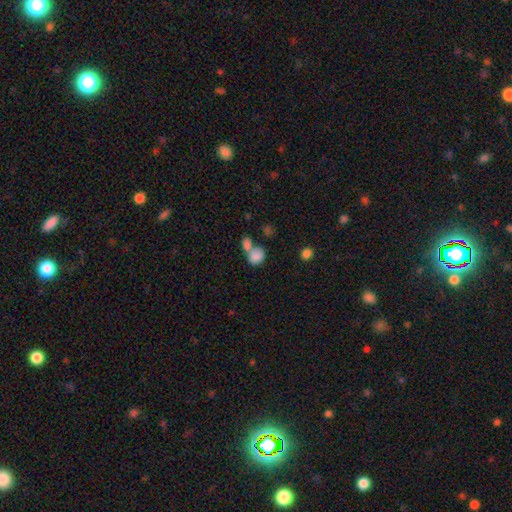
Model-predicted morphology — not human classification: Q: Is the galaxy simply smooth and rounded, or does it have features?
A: smooth — 83%.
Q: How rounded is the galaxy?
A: round — 52%.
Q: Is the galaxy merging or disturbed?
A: merger — 57%.